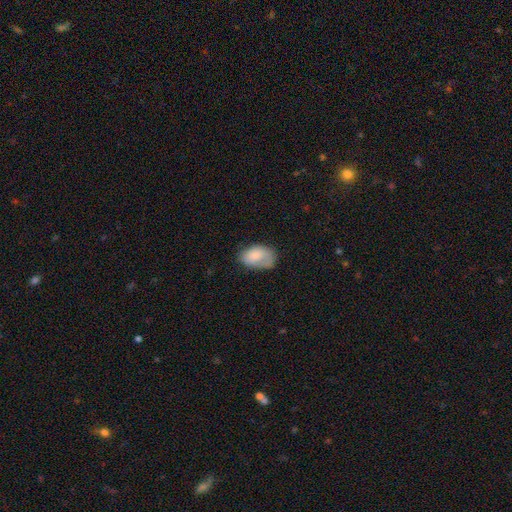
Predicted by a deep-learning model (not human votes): The model was most divided on "merging": none: 53%, minor disturbance: 32%, major disturbance: 13%, merger: 2%. More confident: how rounded — in between (87%); smooth or featured — smooth (78%).